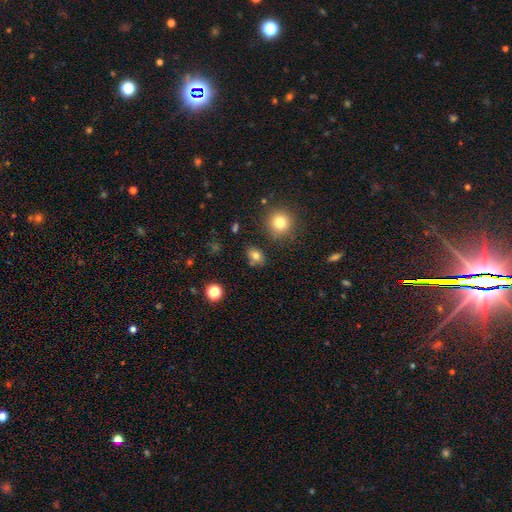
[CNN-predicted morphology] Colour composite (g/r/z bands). It shows a smooth galaxy with no disk features (77%) that is in between round and cigar-shaped (66%). Merging: none (76%).